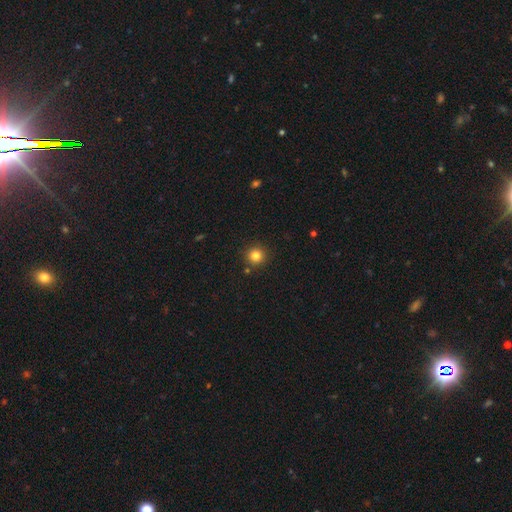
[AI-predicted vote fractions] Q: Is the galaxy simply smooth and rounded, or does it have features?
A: smooth — 82%.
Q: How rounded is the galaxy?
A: round — 94%.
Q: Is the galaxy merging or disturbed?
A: none — 88%.